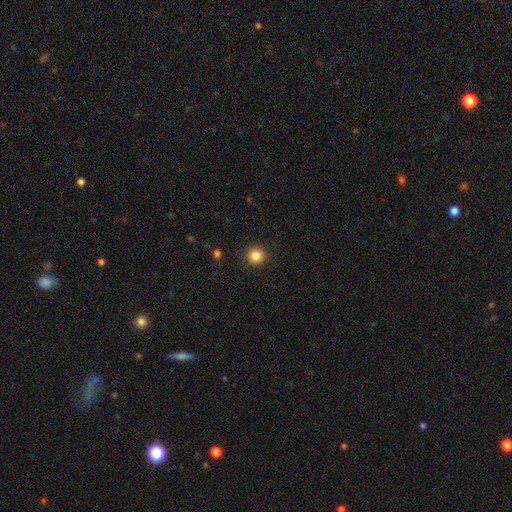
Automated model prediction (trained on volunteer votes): Q: Smooth or featured?
A: smooth (85%); runner-up: star or artifact (11%)
Q: How rounded?
A: round (93%); runner-up: in between (6%)
Q: Merging?
A: none (92%); runner-up: minor disturbance (5%)